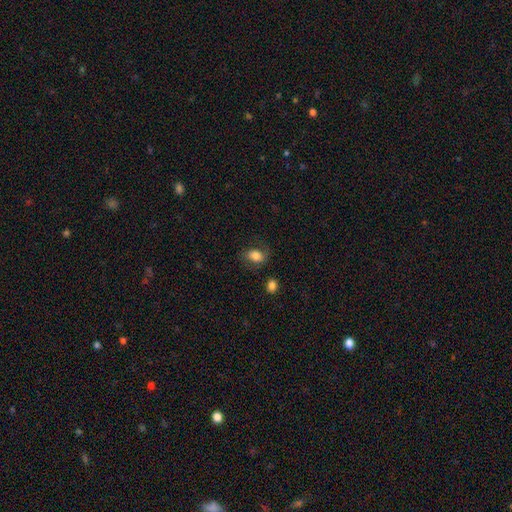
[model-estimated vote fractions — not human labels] Morphology: type=smooth (75%); roundness=in between (74%); merging=none (64%).